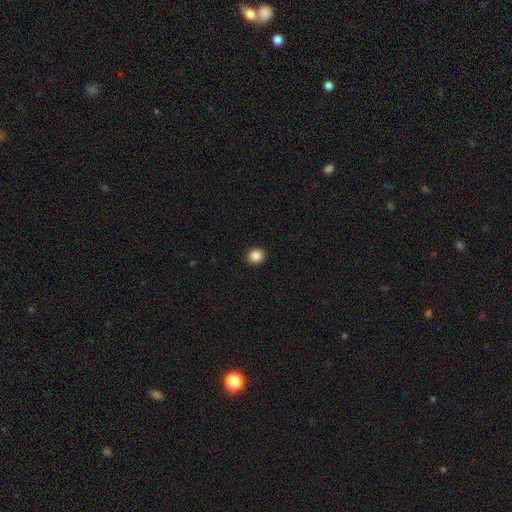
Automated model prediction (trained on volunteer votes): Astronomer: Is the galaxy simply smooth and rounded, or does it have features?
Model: smooth — 87%.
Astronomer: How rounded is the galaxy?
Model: round — 88%.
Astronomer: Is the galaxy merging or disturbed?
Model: none — 93%.